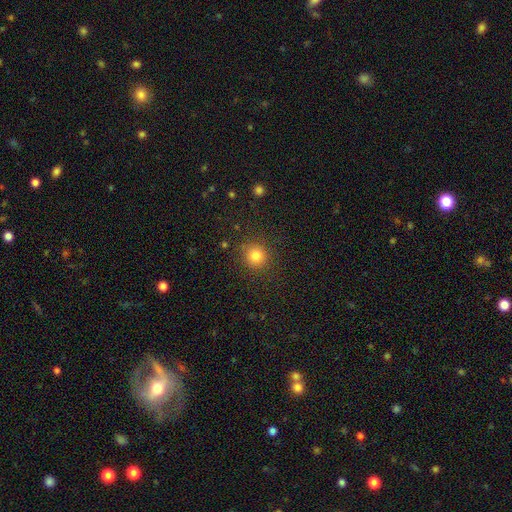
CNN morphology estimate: This is clearly a smooth galaxy (82%). How rounded: clearly round (90%). Merging: clearly none (87%).